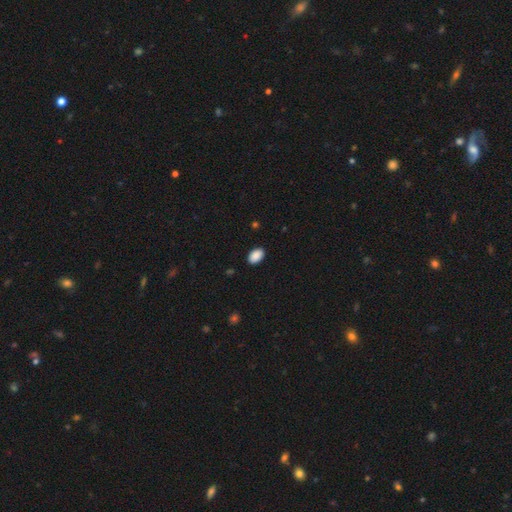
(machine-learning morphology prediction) Overall: smooth (90%). How rounded: in between (90%). Merging: none (90%).